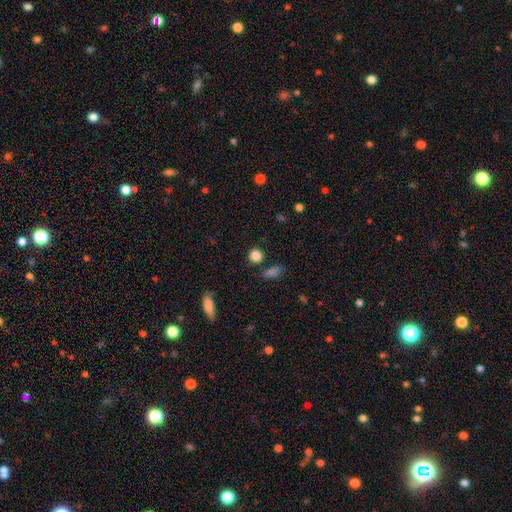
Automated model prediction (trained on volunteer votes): A smooth galaxy with no disk features (84%) that is round (84%).

Vote fractions:
- Smooth or featured? smooth: 84% / star or artifact: 12% / featured or disk: 4%
- How rounded? round: 84% / in between: 14% / cigar-shaped: 2%
- Merging? none: 83% / minor disturbance: 9% / merger: 5% / major disturbance: 3%